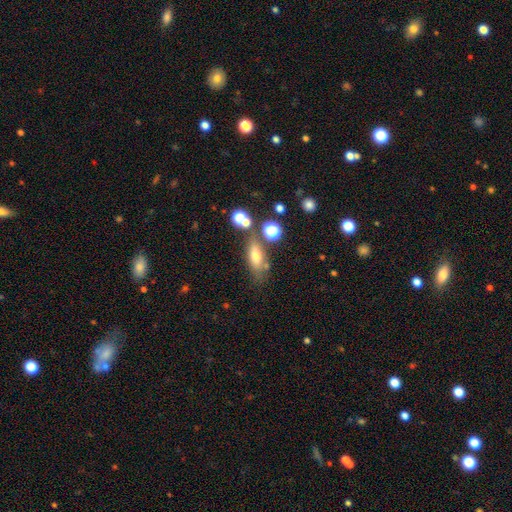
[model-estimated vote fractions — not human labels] Smooth or featured? Predicted: smooth (p=0.64). How rounded? Predicted: in between (p=0.65). Merging? Predicted: none (p=0.59).